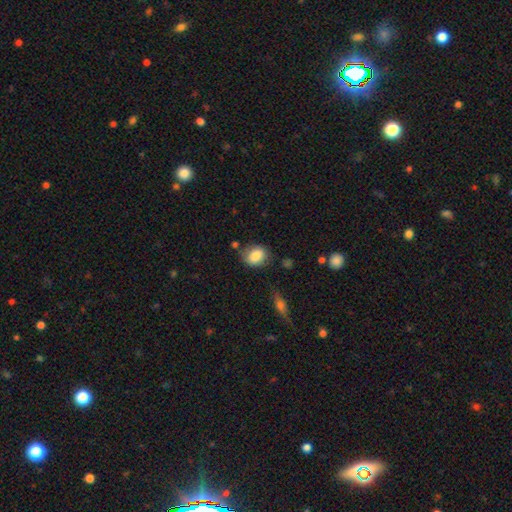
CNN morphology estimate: This appears to be a smooth galaxy with no disk features (84%) that is round (50%). Merging: none (69%).